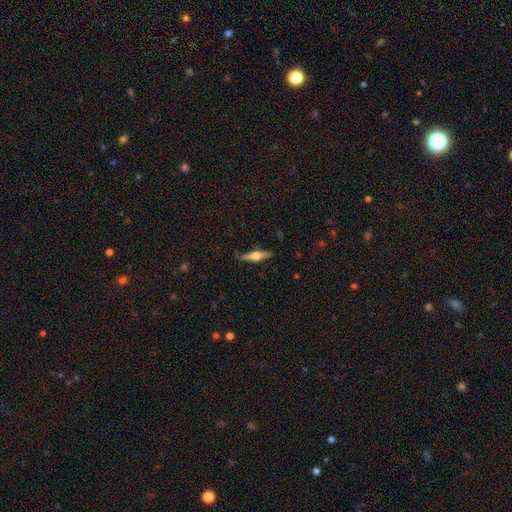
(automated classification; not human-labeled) Overall: featured or disk (63%; smooth 31%). Edge-on disk: yes (97%). Edge-on bulge: rounded (93%). Merging: none (87%).